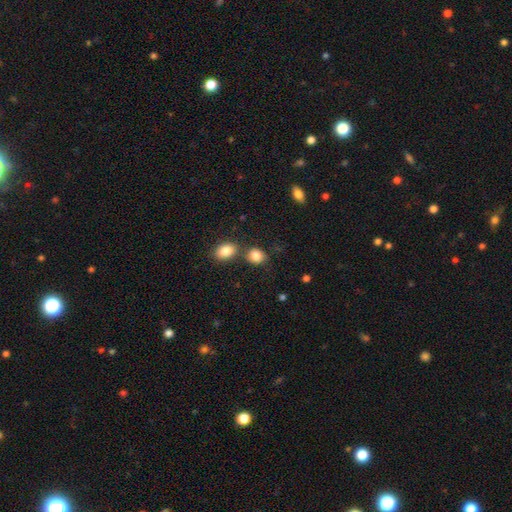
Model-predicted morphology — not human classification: smooth-or-featured: smooth: 85% | star or artifact: 9% | featured or disk: 6%
  how-rounded: round: 56% | in between: 42% | cigar-shaped: 1%
  merging: none: 63% | merger: 21% | minor disturbance: 12% | major disturbance: 4%